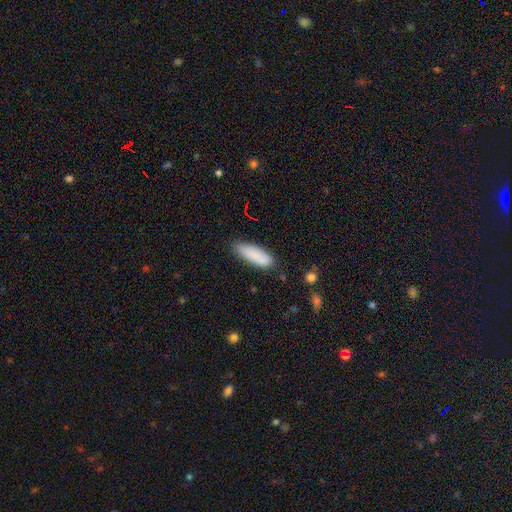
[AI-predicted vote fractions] Overall: smooth (87%). How rounded: in between (58%; cigar-shaped 40%). Merging: none (79%).